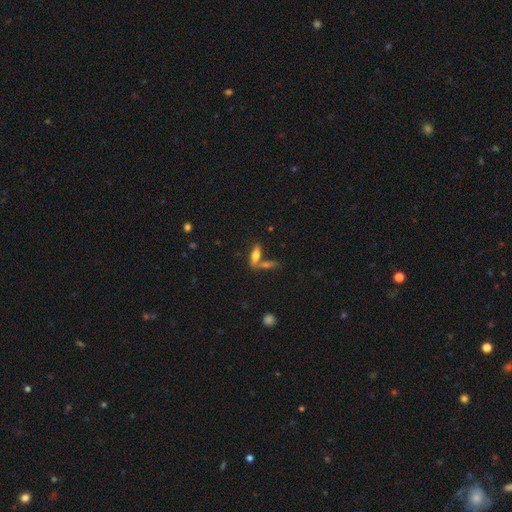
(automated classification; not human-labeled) Smooth or featured? smooth (65%)
How rounded? in between (55%)
Merging? none (52%)